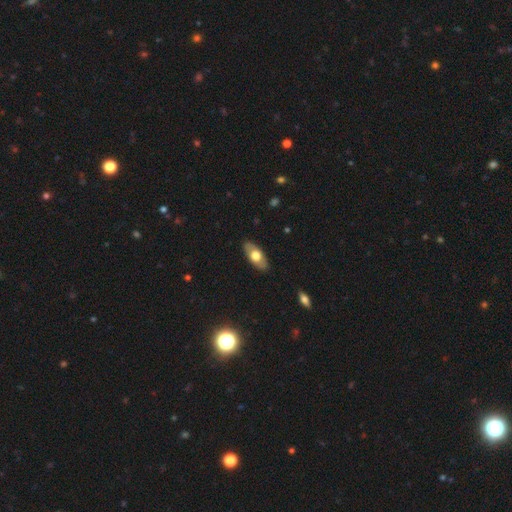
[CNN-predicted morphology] A smooth galaxy with no disk features (61%) that is in between round and cigar-shaped (87%). Merging: none (87%).